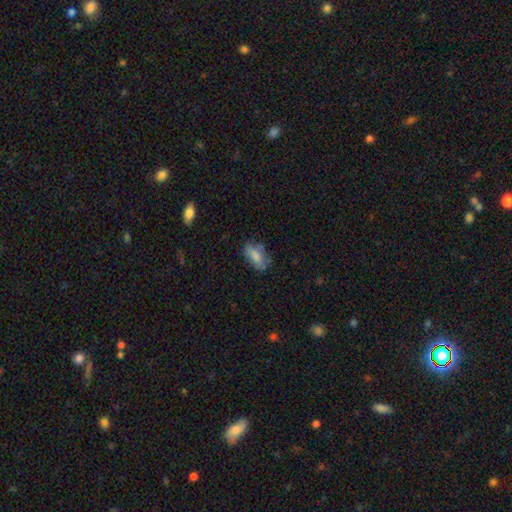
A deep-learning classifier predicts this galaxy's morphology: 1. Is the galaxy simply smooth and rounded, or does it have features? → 71% smooth, 20% featured or disk, 9% star or artifact.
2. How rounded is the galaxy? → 84% in between, 11% cigar-shaped, 5% round.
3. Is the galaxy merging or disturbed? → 60% none, 27% minor disturbance, 10% major disturbance, 3% merger.